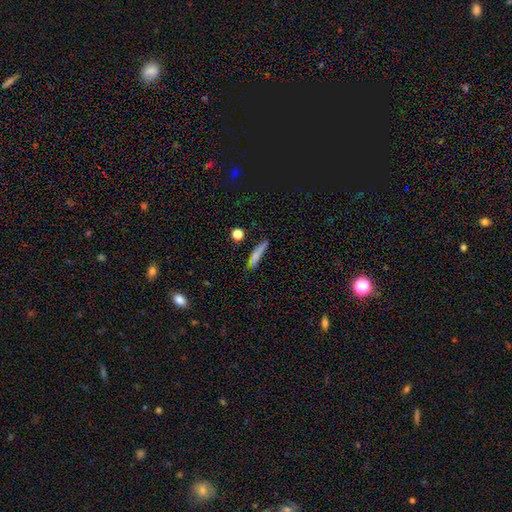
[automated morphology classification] type=smooth (74%); roundness=cigar-shaped (85%); merging=none (67%).